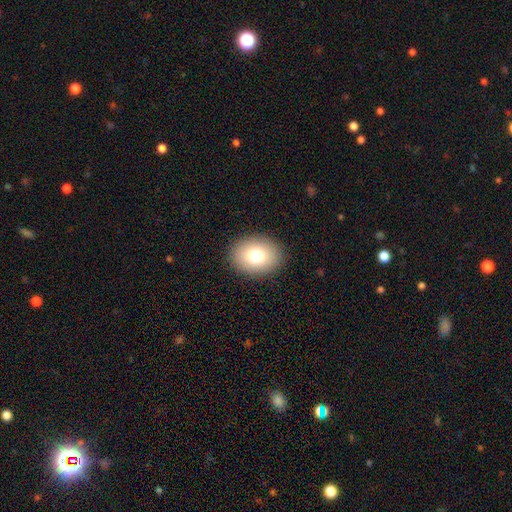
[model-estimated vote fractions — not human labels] Smooth or featured: smooth — 77% (featured or disk — 13%)
How rounded: in between — 62% (round — 37%)
Merging: none — 90% (minor disturbance — 7%)